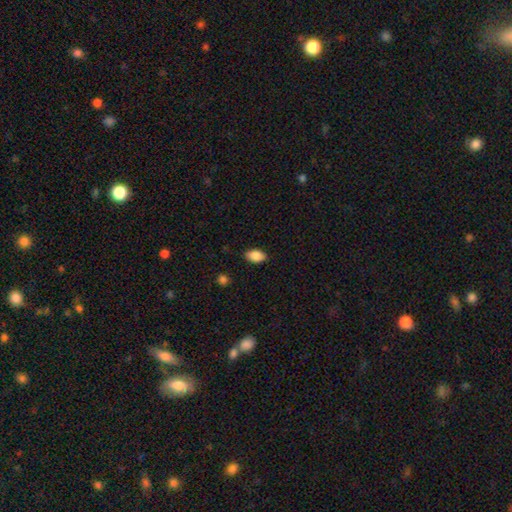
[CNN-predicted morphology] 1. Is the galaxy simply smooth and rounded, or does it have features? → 87% smooth, 7% star or artifact, 6% featured or disk.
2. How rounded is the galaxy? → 91% in between, 6% round, 2% cigar-shaped.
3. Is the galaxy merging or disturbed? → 86% none, 11% minor disturbance, 2% major disturbance, 1% merger.